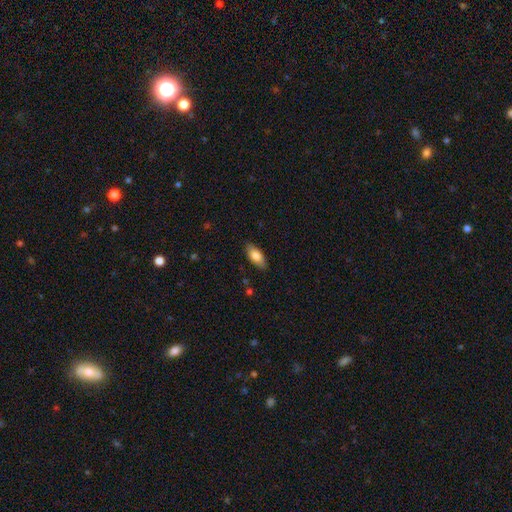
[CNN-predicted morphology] smooth-or-featured: smooth: 79% | featured or disk: 14% | star or artifact: 6%
  how-rounded: in between: 86% | cigar-shaped: 11% | round: 2%
  merging: none: 86% | minor disturbance: 11% | major disturbance: 2% | merger: 1%